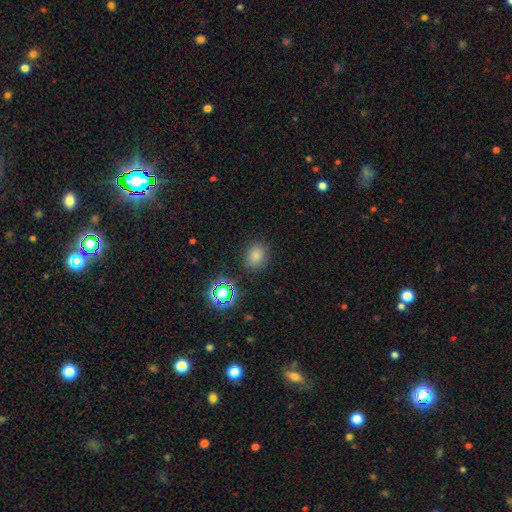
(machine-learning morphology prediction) type=smooth (76%); roundness=round (50%); merging=none (84%).